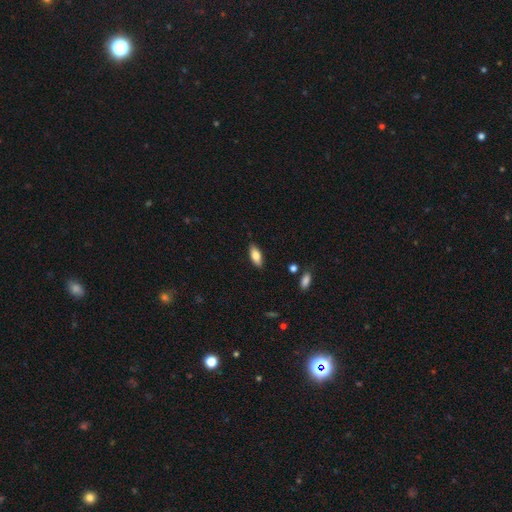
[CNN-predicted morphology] A smooth galaxy with no disk features (78%) that is in between round and cigar-shaped (82%). Merging: none (86%).